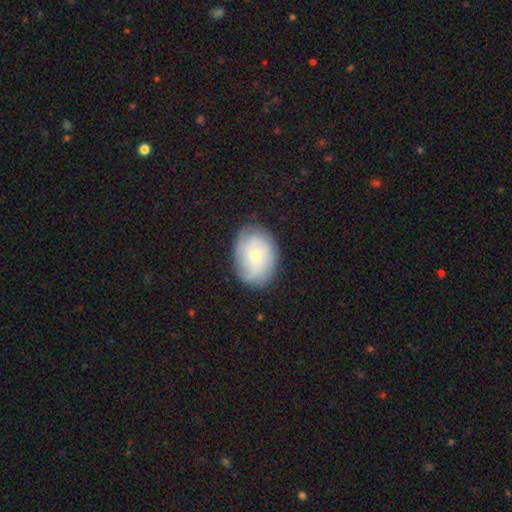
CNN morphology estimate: This is possibly a featured or disk galaxy (52%). It is clearly not viewed edge-on (96%). Bar: likely no (79%). Spiral arm pattern: clearly yes (83%). Central bulge: possibly small (59%). Merging: likely none (78%).